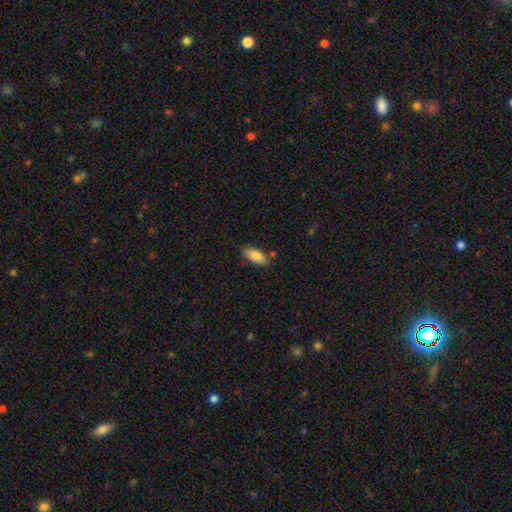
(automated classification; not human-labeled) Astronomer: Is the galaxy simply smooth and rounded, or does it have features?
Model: smooth — 82%.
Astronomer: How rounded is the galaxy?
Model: in between — 86%.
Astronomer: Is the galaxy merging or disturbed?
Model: none — 78%.